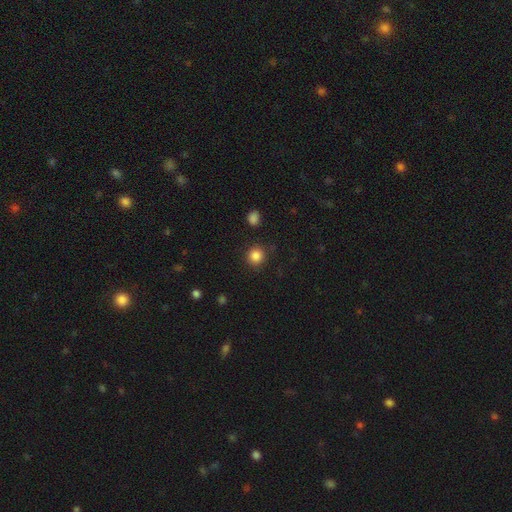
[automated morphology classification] A smooth galaxy with no disk features (85%) that is round (92%).

Vote fractions:
- Smooth or featured? smooth: 85% / star or artifact: 11% / featured or disk: 4%
- How rounded? round: 92% / in between: 7% / cigar-shaped: 1%
- Merging? none: 87% / minor disturbance: 8% / major disturbance: 3% / merger: 2%